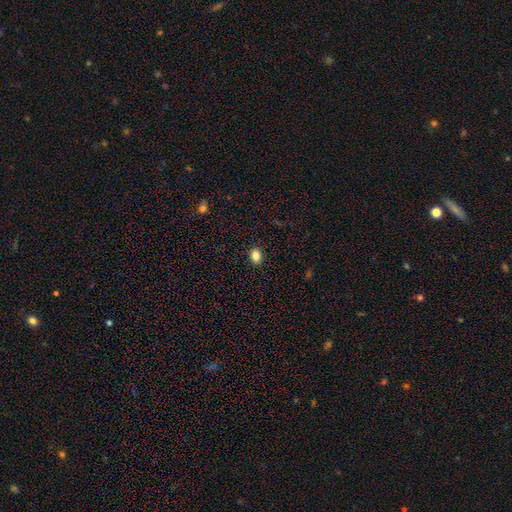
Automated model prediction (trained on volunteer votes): smooth-or-featured: smooth: 85% | star or artifact: 11% | featured or disk: 4%
  how-rounded: in between: 52% | round: 47% | cigar-shaped: 1%
  merging: none: 91% | minor disturbance: 6% | major disturbance: 2% | merger: 1%